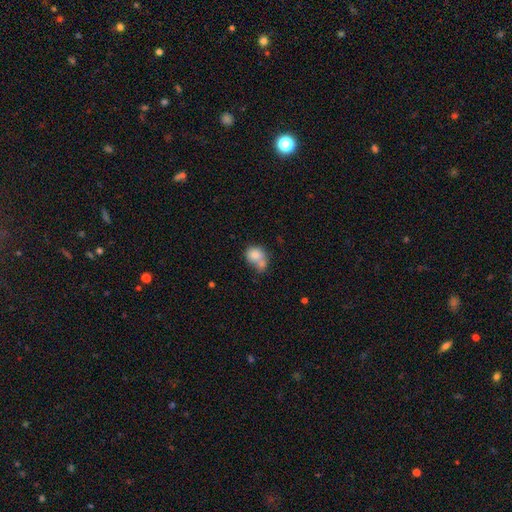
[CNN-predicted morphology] Smooth or featured: smooth — 78% (featured or disk — 13%)
How rounded: round — 63% (in between — 36%)
Merging: merger — 53% (none — 28%)